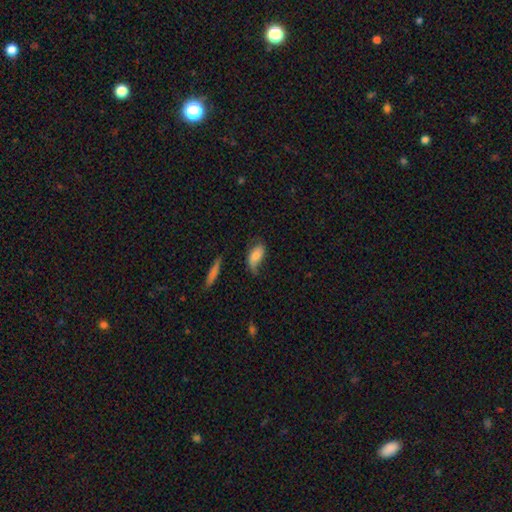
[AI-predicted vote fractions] A smooth galaxy with no disk features (69%) that is in between round and cigar-shaped (90%).

Vote fractions:
- Smooth or featured? smooth: 69% / featured or disk: 24% / star or artifact: 7%
- How rounded? in between: 90% / cigar-shaped: 6% / round: 4%
- Merging? none: 43% / minor disturbance: 36% / major disturbance: 18% / merger: 3%